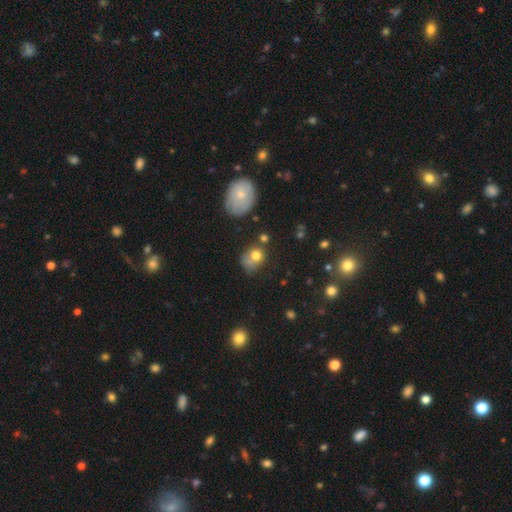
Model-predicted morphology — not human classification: Smooth or featured?
  - smooth: 71% *
  - featured or disk: 17%
  - star or artifact: 12%
How rounded?
  - round: 55% *
  - in between: 44%
  - cigar-shaped: 1%
Merging?
  - none: 37% *
  - minor disturbance: 27%
  - major disturbance: 20%
  - merger: 16%